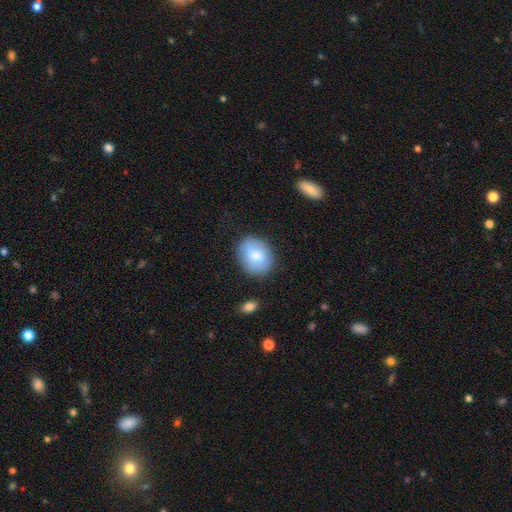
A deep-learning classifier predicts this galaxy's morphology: Smooth or featured? smooth (71%)
How rounded? round (58%)
Merging? none (81%)